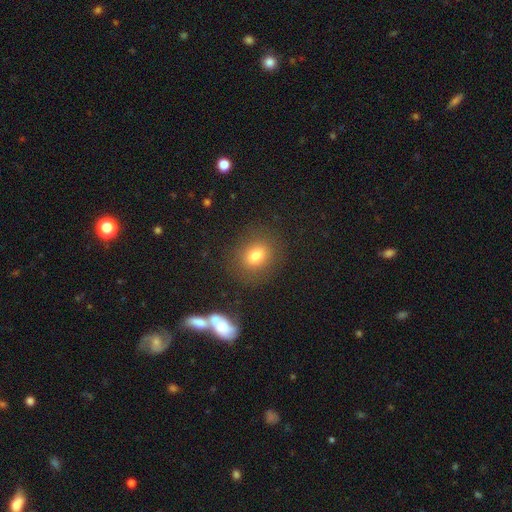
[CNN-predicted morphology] The model was most divided on "how rounded": round: 60%, in between: 39%, cigar-shaped: 1%. More confident: merging — none (83%); smooth or featured — smooth (78%).